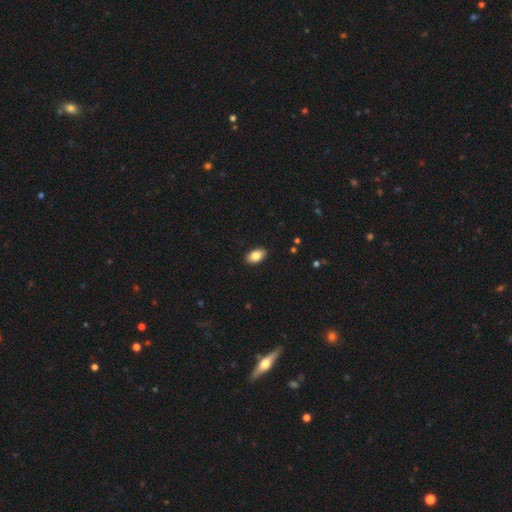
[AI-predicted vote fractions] A smooth galaxy with no disk features (84%) that is in between round and cigar-shaped (91%). Merging: none (90%).